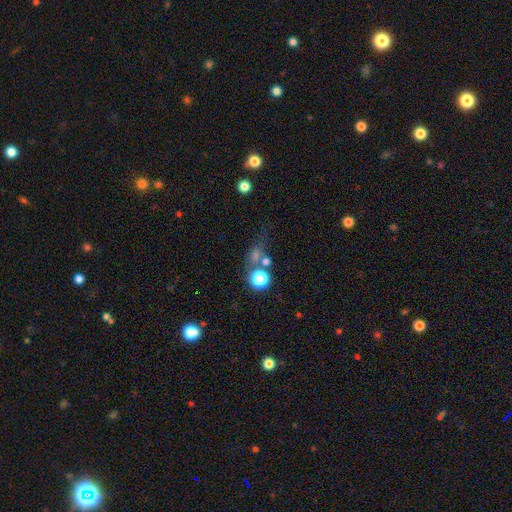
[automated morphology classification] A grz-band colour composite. It shows a smooth galaxy with no disk features (49%). Merging: none (53%).